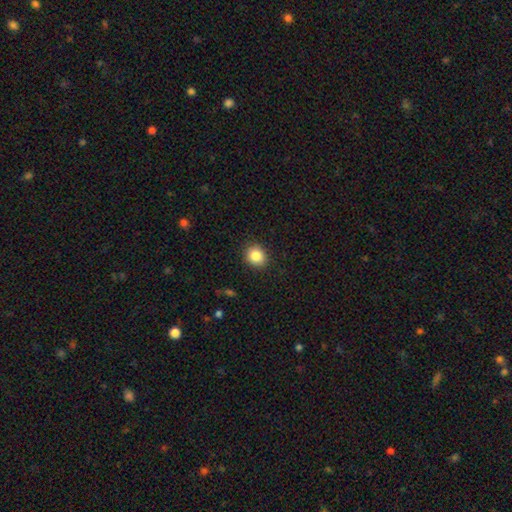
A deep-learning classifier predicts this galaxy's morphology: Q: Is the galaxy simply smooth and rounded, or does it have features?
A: smooth — 86%.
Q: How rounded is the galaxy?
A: round — 74%.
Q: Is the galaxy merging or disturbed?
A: none — 89%.